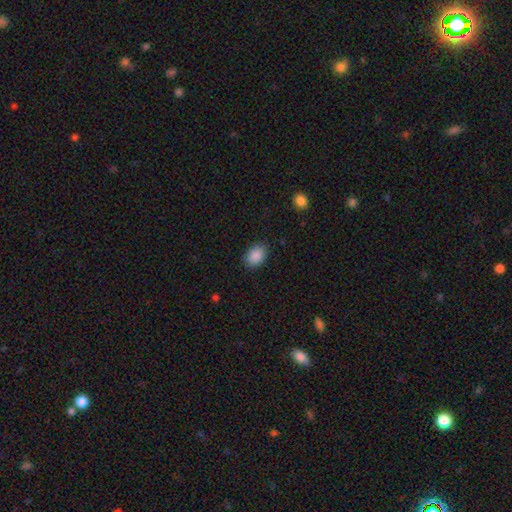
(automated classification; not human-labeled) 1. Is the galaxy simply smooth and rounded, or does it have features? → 89% smooth, 8% star or artifact, 3% featured or disk.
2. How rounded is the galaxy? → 77% in between, 22% round, 1% cigar-shaped.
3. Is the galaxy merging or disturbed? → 86% none, 11% minor disturbance, 3% major disturbance, 1% merger.